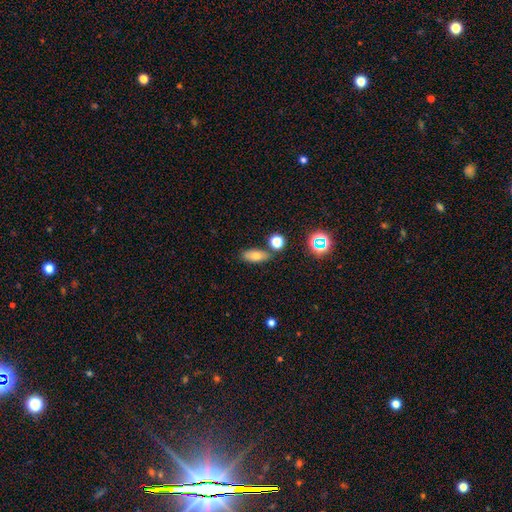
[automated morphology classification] Smooth or featured? Predicted: smooth (p=0.75). How rounded? Predicted: in between (p=0.80). Merging? Predicted: none (p=0.75).